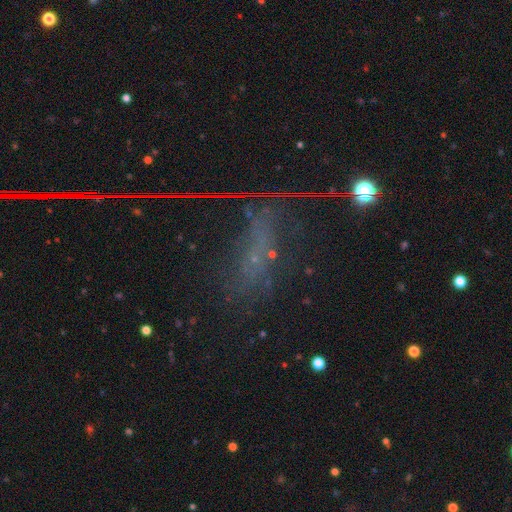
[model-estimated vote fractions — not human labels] This appears to be a star or artifact, not a galaxy (50%).